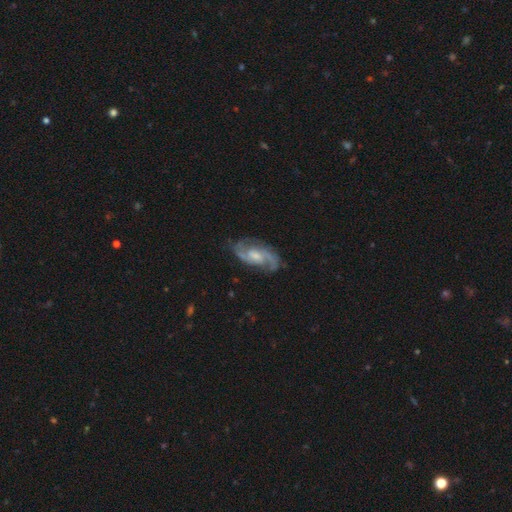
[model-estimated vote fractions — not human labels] A featured or disk galaxy (88%) with a weak bar (50%), 2 (81%) medium (54%) spiral arms (97%) and a moderate central bulge (44%). Merging: none (75%).